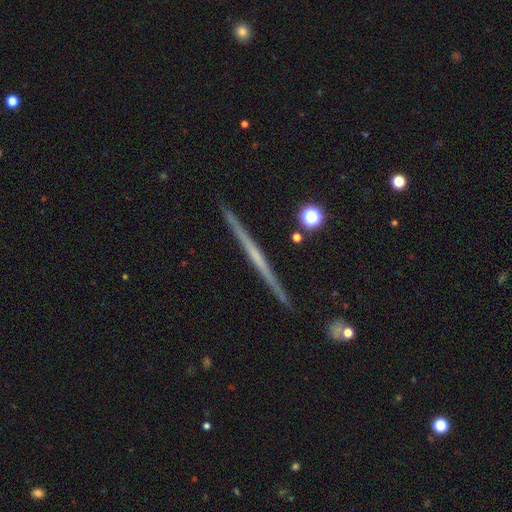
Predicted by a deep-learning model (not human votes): Smooth or featured: featured or disk — 68% (smooth — 25%)
Edge-on disk: yes — 98% (no — 2%)
Edge-on bulge: none — 84% (rounded — 11%)
Merging: none — 92% (minor disturbance — 6%)